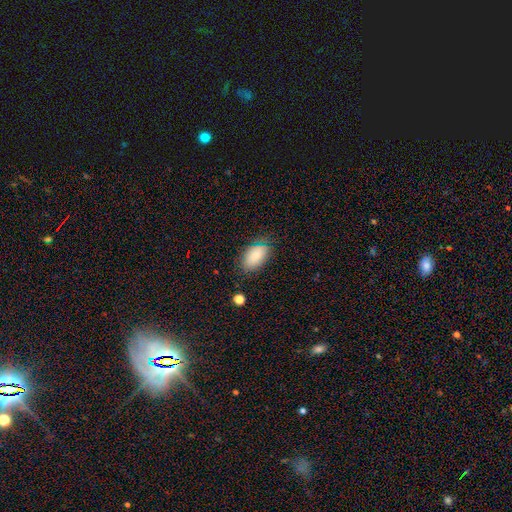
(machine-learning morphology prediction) Q: Smooth or featured?
A: smooth (84%); runner-up: featured or disk (8%)
Q: How rounded?
A: in between (92%); runner-up: round (6%)
Q: Merging?
A: none (76%); runner-up: minor disturbance (18%)